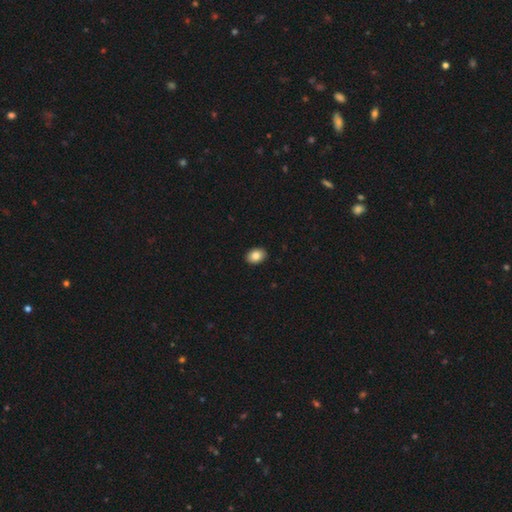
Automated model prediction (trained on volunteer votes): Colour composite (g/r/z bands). It shows a smooth galaxy with no disk features (85%) that is in between round and cigar-shaped (72%). Merging: none (91%).